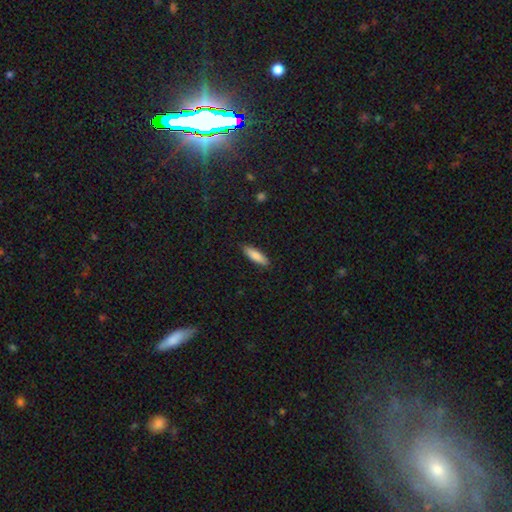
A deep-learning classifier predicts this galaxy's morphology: Smooth or featured? Predicted: smooth (p=0.84). How rounded? Predicted: cigar-shaped (p=0.52). Merging? Predicted: none (p=0.88).